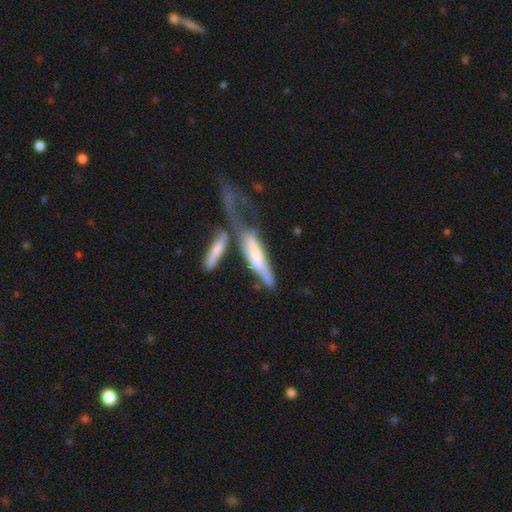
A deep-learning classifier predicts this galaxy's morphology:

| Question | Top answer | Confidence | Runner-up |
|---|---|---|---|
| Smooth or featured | featured or disk | 49% | smooth (44%) |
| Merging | merger | 39% | major disturbance (29%) |